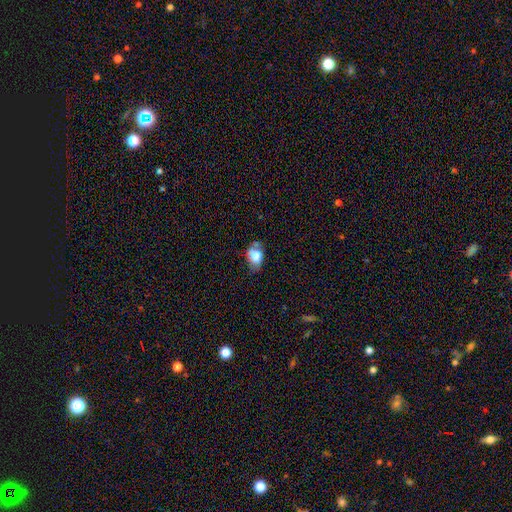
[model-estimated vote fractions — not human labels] Morphology: type=smooth (72%); roundness=in between (81%); merging=none (39%).